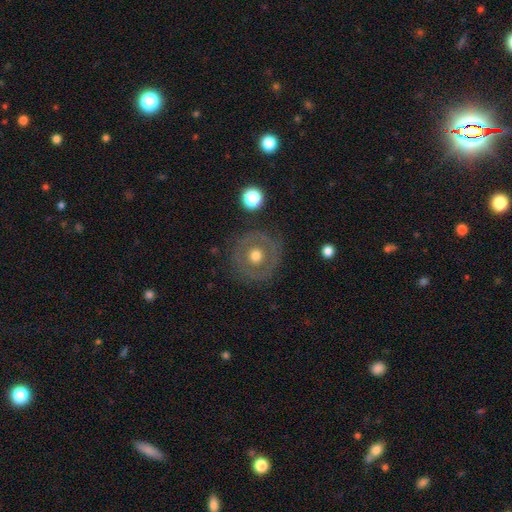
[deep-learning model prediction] The model was most divided on "smooth or featured": smooth: 51%, featured or disk: 41%, star or artifact: 9%. More confident: how rounded — round (94%); merging — none (82%).